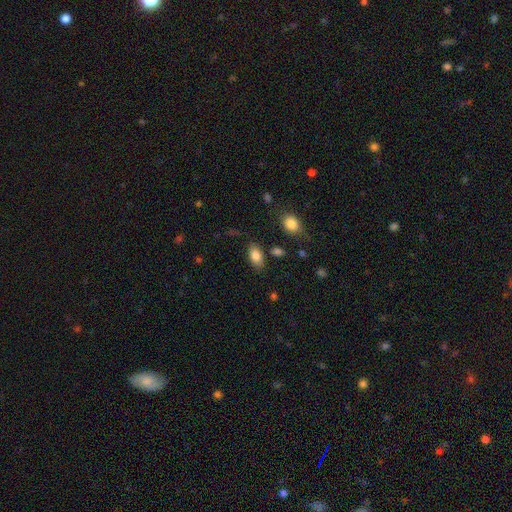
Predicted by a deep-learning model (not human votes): Smooth or featured?
  - smooth: 84% *
  - featured or disk: 8%
  - star or artifact: 8%
How rounded?
  - in between: 91% *
  - round: 6%
  - cigar-shaped: 3%
Merging?
  - none: 77% *
  - minor disturbance: 15%
  - major disturbance: 4%
  - merger: 4%